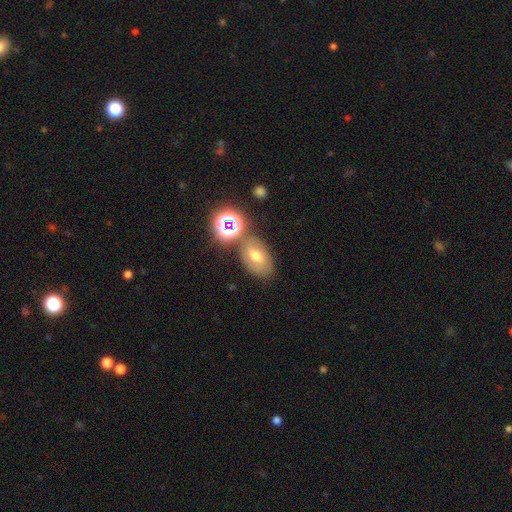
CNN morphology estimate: This is possibly a smooth galaxy (50%). Merging: likely none (67%).